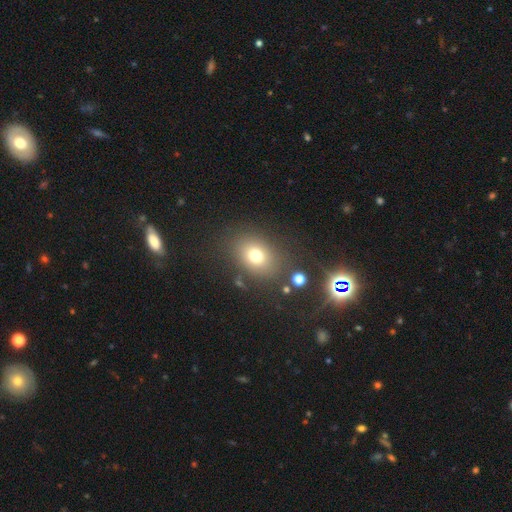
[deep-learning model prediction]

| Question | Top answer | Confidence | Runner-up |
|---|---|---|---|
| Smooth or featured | smooth | 73% | star or artifact (15%) |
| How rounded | in between | 57% | round (42%) |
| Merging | none | 79% | minor disturbance (11%) |